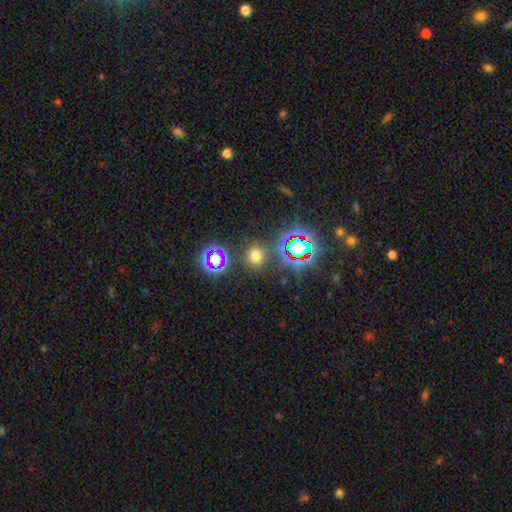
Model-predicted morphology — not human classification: smooth_or_featured: smooth (p=0.62) [alt: star or artifact p=0.31]
how_rounded: round (p=0.87) [alt: in between p=0.12]
merging: none (p=0.85) [alt: minor disturbance p=0.07]